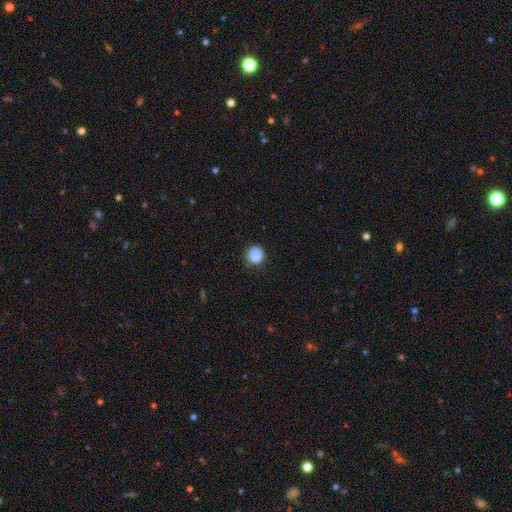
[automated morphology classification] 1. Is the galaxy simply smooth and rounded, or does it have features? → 86% smooth, 9% star or artifact, 6% featured or disk.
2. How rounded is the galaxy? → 89% round, 10% in between, 1% cigar-shaped.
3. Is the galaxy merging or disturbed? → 72% none, 21% minor disturbance, 6% major disturbance, 1% merger.